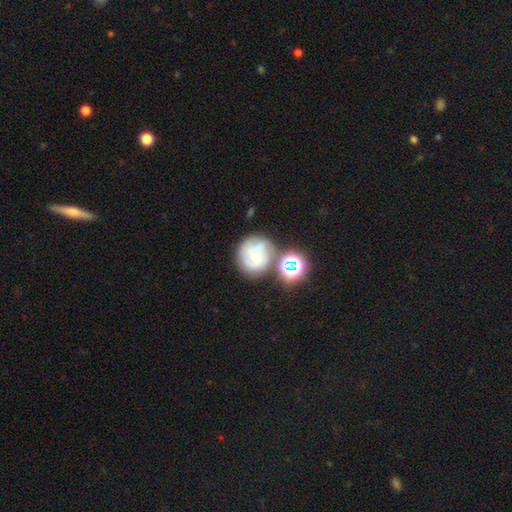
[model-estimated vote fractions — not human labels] The model was most divided on "smooth or featured": featured or disk: 49%, smooth: 37%, star or artifact: 14%. More confident: merging — none (55%).